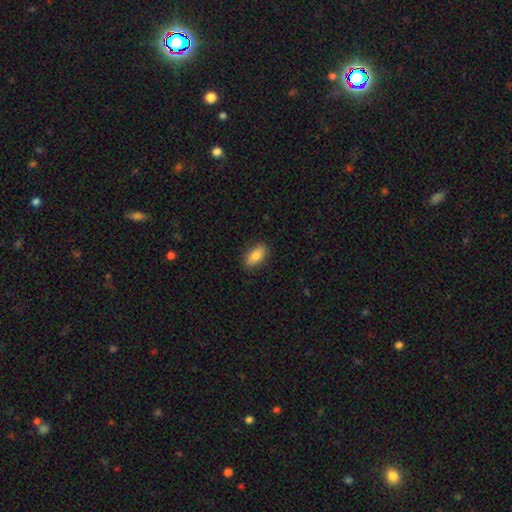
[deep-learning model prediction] The model was most divided on "smooth or featured": smooth: 82%, featured or disk: 10%, star or artifact: 7%. More confident: how rounded — in between (89%); merging — none (87%).